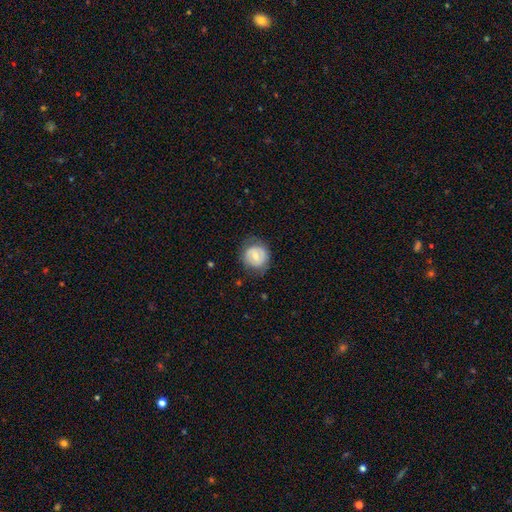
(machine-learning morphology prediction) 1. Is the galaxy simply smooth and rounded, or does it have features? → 51% smooth, 42% featured or disk, 7% star or artifact.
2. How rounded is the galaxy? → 85% round, 14% in between, 1% cigar-shaped.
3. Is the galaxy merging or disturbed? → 72% none, 19% minor disturbance, 8% major disturbance, 1% merger.